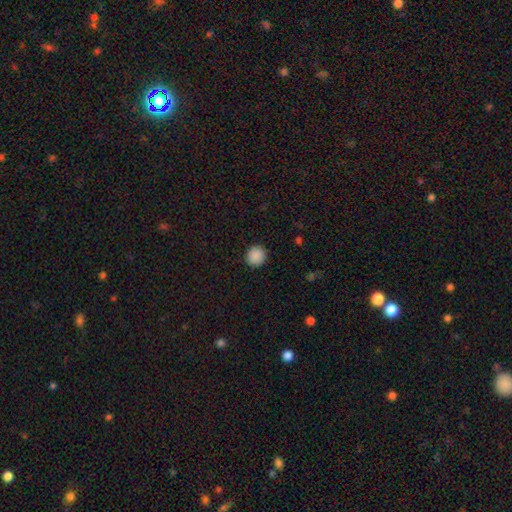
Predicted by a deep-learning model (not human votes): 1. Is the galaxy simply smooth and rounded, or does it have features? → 89% smooth, 8% star or artifact, 2% featured or disk.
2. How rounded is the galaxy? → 93% round, 6% in between, 1% cigar-shaped.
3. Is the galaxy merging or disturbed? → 92% none, 6% minor disturbance, 2% major disturbance, 1% merger.